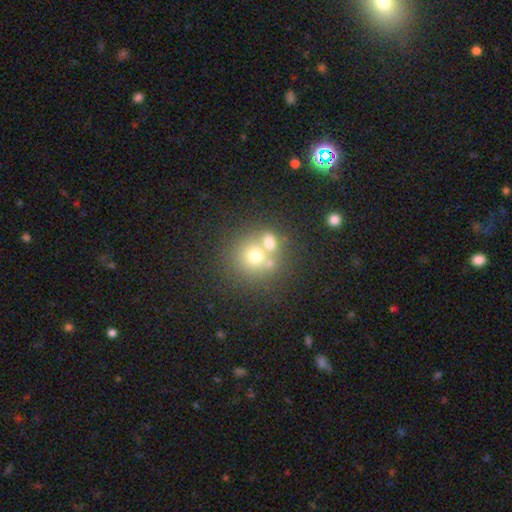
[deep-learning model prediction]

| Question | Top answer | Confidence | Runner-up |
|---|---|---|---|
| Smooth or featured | smooth | 65% | featured or disk (19%) |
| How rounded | round | 86% | in between (13%) |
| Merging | none | 46% | merger (43%) |